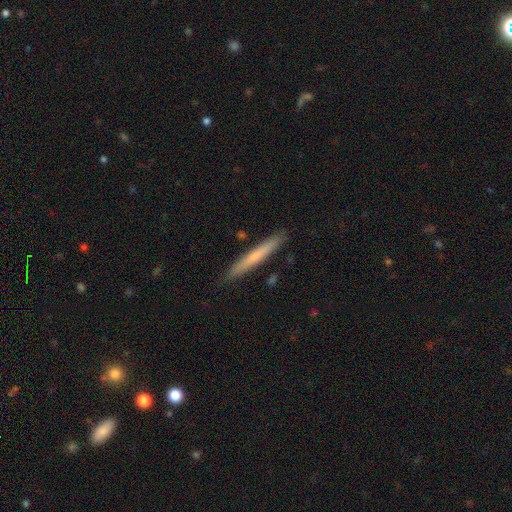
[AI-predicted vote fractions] Q: Smooth or featured?
A: smooth (63%); runner-up: featured or disk (31%)
Q: How rounded?
A: cigar-shaped (96%); runner-up: in between (2%)
Q: Merging?
A: none (89%); runner-up: minor disturbance (8%)